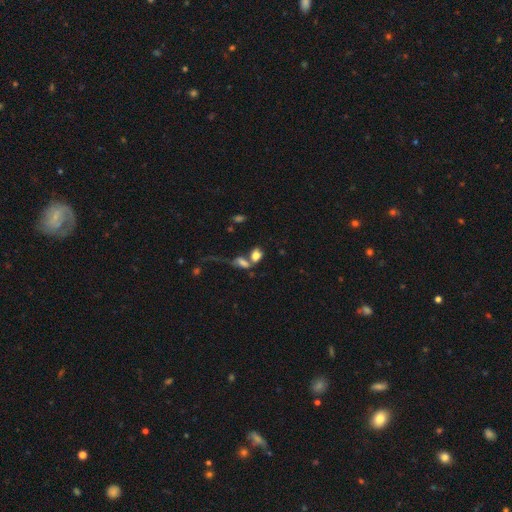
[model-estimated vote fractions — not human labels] Morphology: type=smooth (74%); roundness=in between (72%); merging=merger (51%).